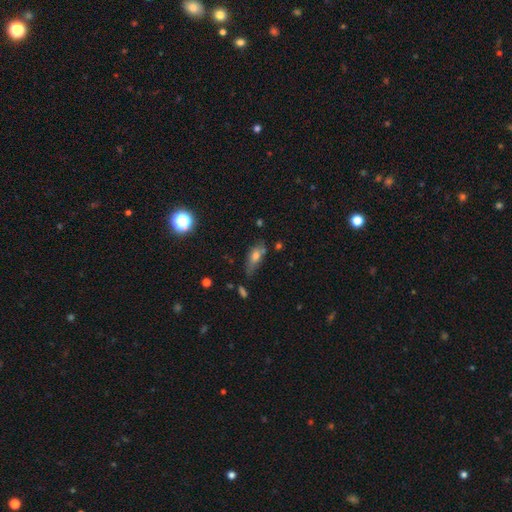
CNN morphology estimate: This is possibly a smooth galaxy (59%). How rounded: likely in between (69%). Merging: possibly none (56%).